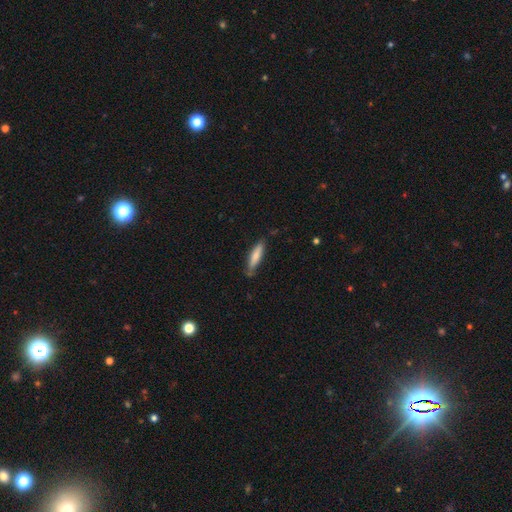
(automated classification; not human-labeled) This appears to be a smooth galaxy with no disk features (75%) that is cigar-shaped (81%). Merging: none (76%).